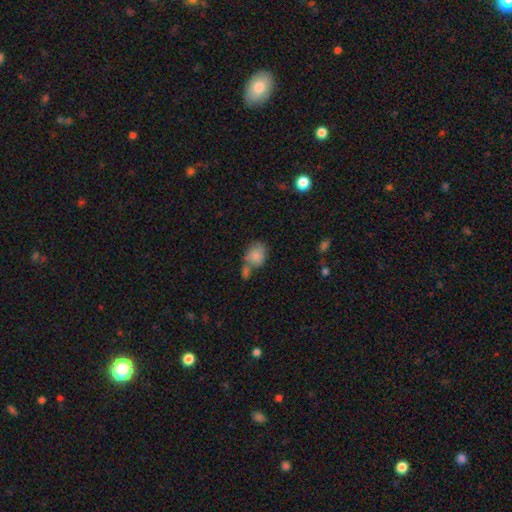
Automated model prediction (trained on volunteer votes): Smooth or featured: smooth — 83% (featured or disk — 9%)
How rounded: round — 51% (in between — 48%)
Merging: none — 44% (merger — 33%)